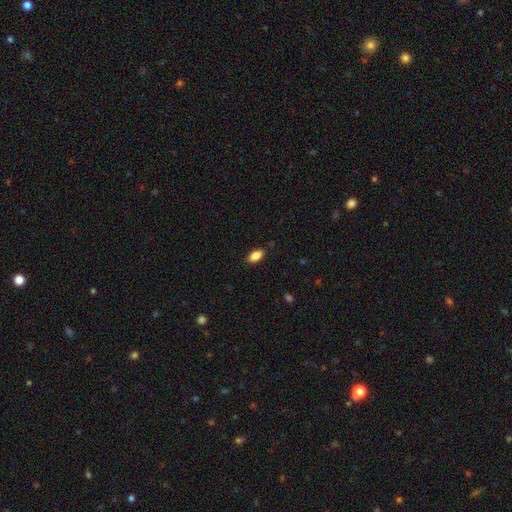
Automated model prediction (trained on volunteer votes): This is clearly a smooth galaxy (86%). How rounded: clearly in between (90%). Merging: clearly none (87%).